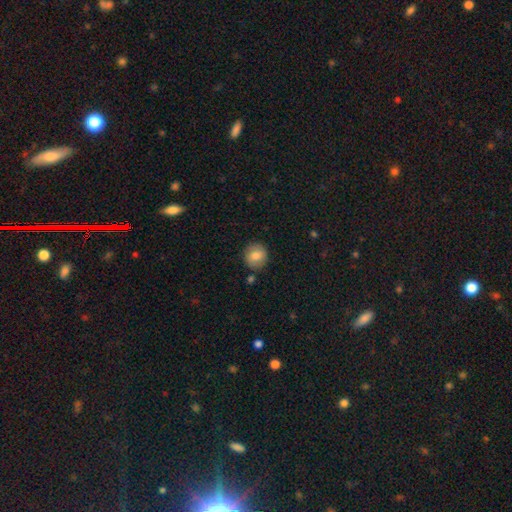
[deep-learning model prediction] This is likely a smooth galaxy (80%). How rounded: clearly round (88%). Merging: clearly none (86%).